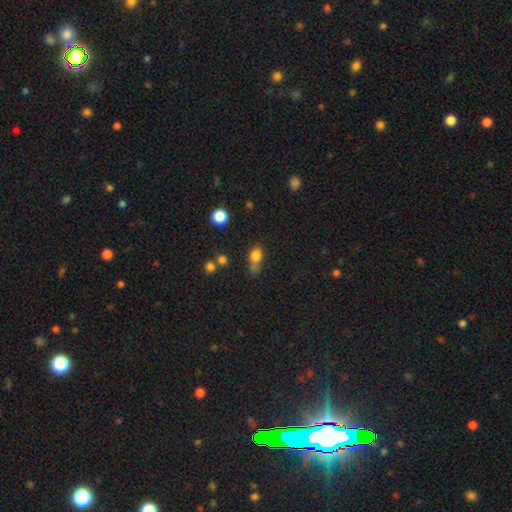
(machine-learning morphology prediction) This is likely a smooth galaxy (78%). How rounded: possibly round (49%). Merging: marginally none (45%).